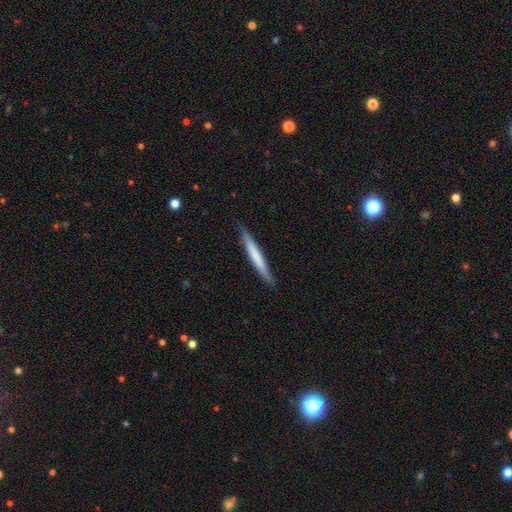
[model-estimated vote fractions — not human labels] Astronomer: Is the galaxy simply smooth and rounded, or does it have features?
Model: smooth — 62%.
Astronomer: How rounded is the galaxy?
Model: cigar-shaped — 96%.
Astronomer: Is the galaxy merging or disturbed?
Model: none — 87%.